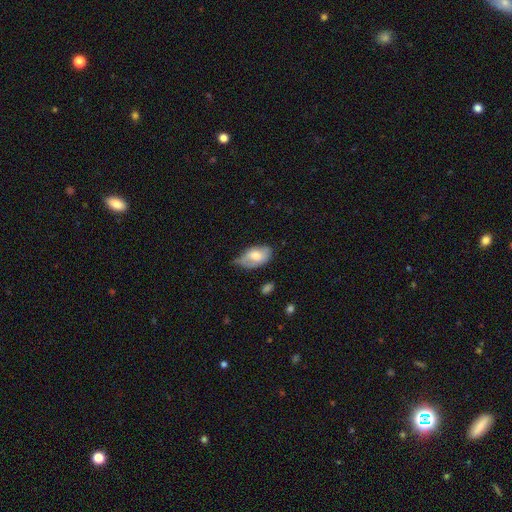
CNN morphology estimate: Q: Smooth or featured?
A: smooth (62%); runner-up: featured or disk (31%)
Q: How rounded?
A: in between (92%); runner-up: round (6%)
Q: Merging?
A: minor disturbance (44%); runner-up: none (37%)